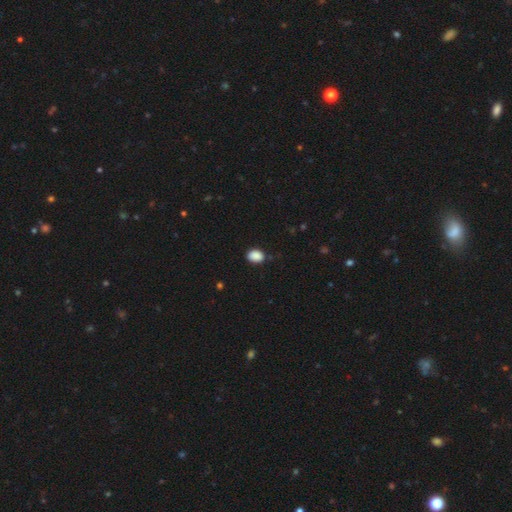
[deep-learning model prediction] Morphology: type=smooth (89%); roundness=in between (75%); merging=none (83%).